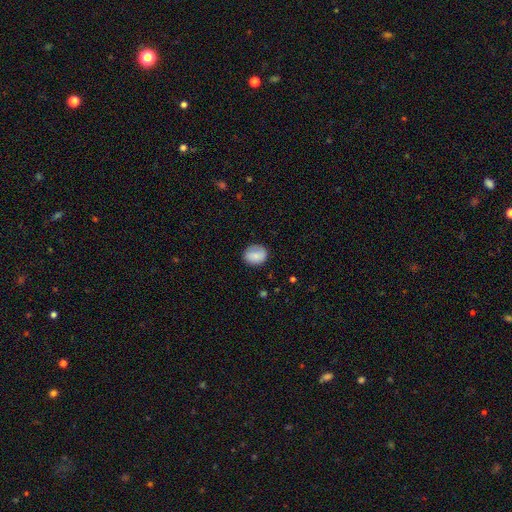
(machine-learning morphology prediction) A smooth galaxy with no disk features (80%) that is round (62%).

Vote fractions:
- Smooth or featured? smooth: 80% / featured or disk: 13% / star or artifact: 8%
- How rounded? round: 62% / in between: 37% / cigar-shaped: 1%
- Merging? none: 79% / minor disturbance: 16% / major disturbance: 5% / merger: 1%